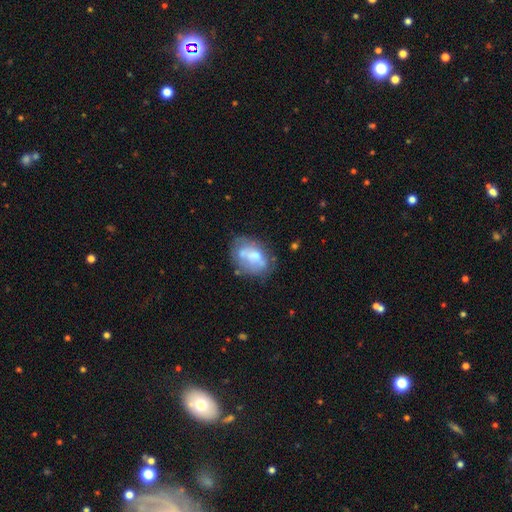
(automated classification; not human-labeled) This is possibly a smooth galaxy (47%). Merging: marginally none (42%).